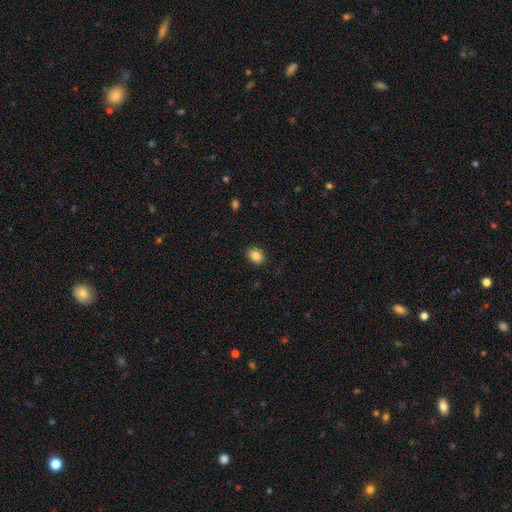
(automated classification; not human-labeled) smooth_or_featured: smooth (p=0.87) [alt: star or artifact p=0.09]
how_rounded: in between (p=0.63) [alt: round p=0.36]
merging: none (p=0.88) [alt: minor disturbance p=0.09]